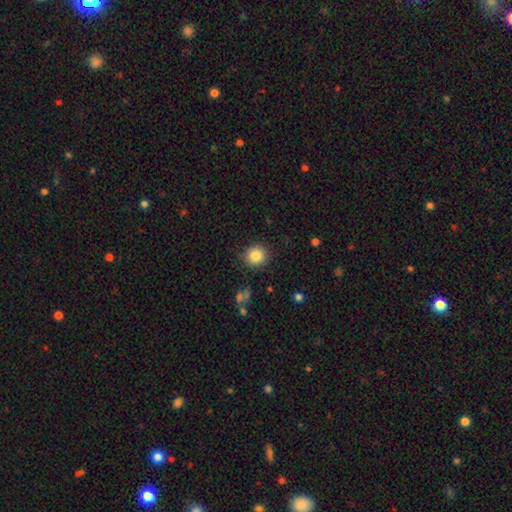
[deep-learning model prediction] smooth-or-featured: smooth: 84% | star or artifact: 10% | featured or disk: 6%
  how-rounded: round: 91% | in between: 8% | cigar-shaped: 1%
  merging: none: 88% | minor disturbance: 8% | major disturbance: 3% | merger: 1%